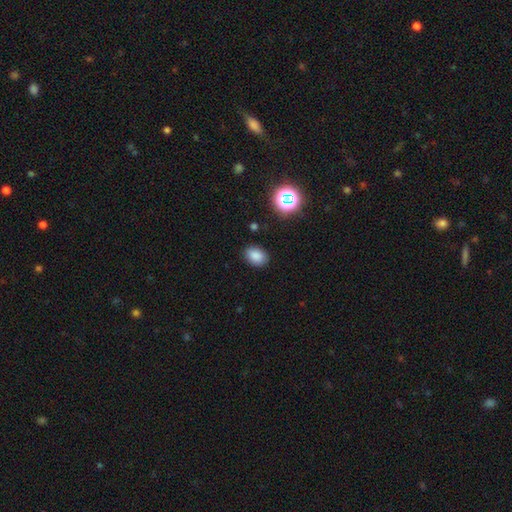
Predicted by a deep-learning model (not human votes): A smooth galaxy with no disk features (82%) that is in between round and cigar-shaped (77%).

Vote fractions:
- Smooth or featured? smooth: 82% / star or artifact: 13% / featured or disk: 5%
- How rounded? in between: 77% / round: 22% / cigar-shaped: 1%
- Merging? none: 86% / minor disturbance: 10% / major disturbance: 3% / merger: 1%